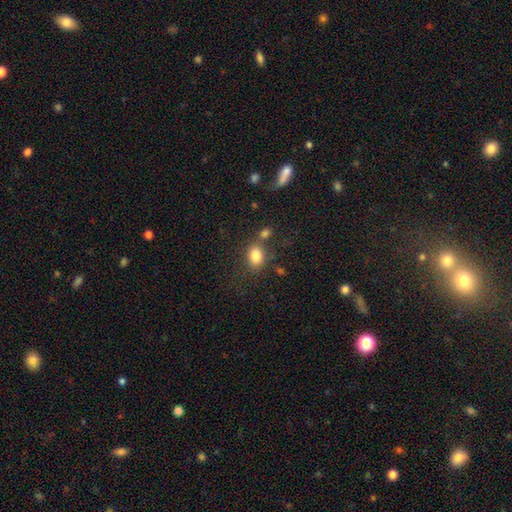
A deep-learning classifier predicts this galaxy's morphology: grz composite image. It shows a smooth galaxy with no disk features (82%) that is in between round and cigar-shaped (66%). Merging: none (60%).